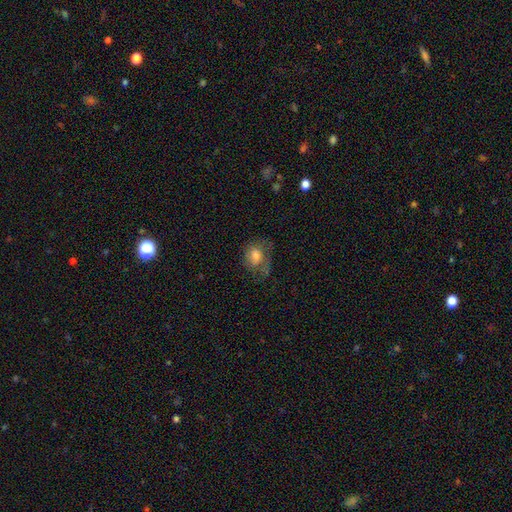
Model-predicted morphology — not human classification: A smooth galaxy with no disk features (63%) that is in between round and cigar-shaped (57%). Merging: none (45%).